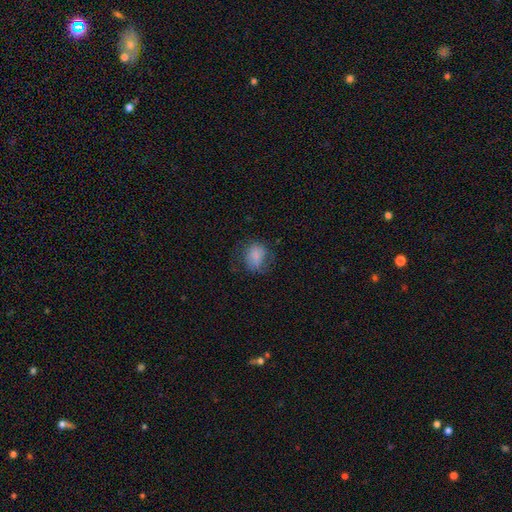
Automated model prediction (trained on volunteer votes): smooth-or-featured: smooth: 72% | featured or disk: 17% | star or artifact: 11%
  how-rounded: round: 55% | in between: 44% | cigar-shaped: 1%
  merging: none: 56% | minor disturbance: 24% | major disturbance: 18% | merger: 2%